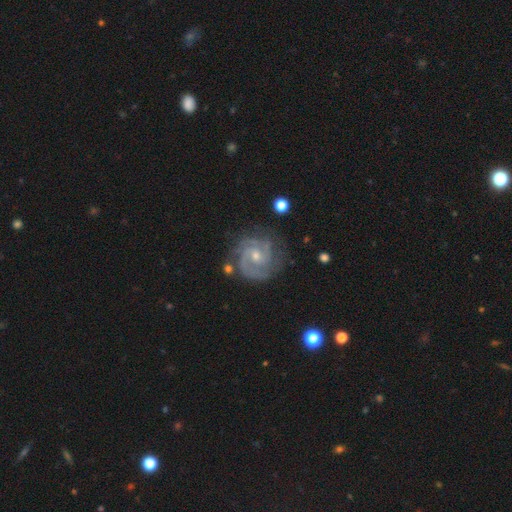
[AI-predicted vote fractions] featured or disk 91%, star or artifact 5%, smooth 4%. Down the decision tree: edge-on disk — no (98%); bar — no (58%); spiral arms — yes (98%); spiral arm count — 2 (57%); spiral winding — tight (62%); bulge size — small (56%); merging — none (77%).